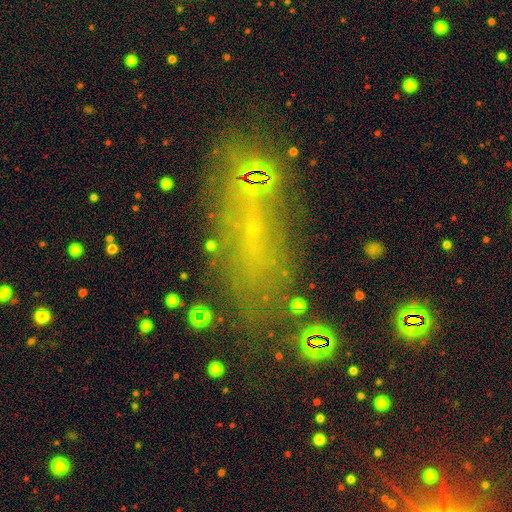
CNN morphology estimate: Smooth or featured? smooth (38%)
Merging? none (61%)